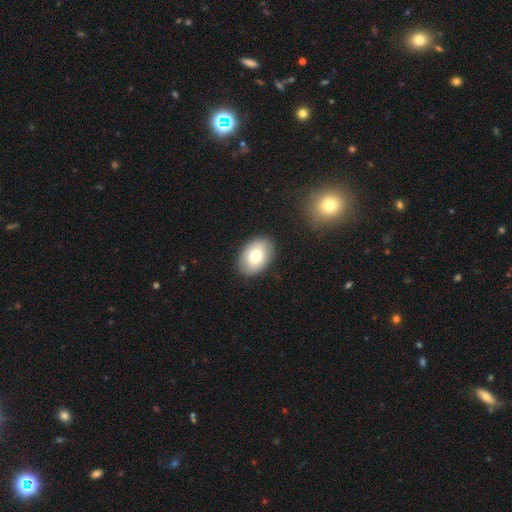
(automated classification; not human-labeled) Smooth or featured? smooth (75%)
How rounded? in between (86%)
Merging? none (88%)